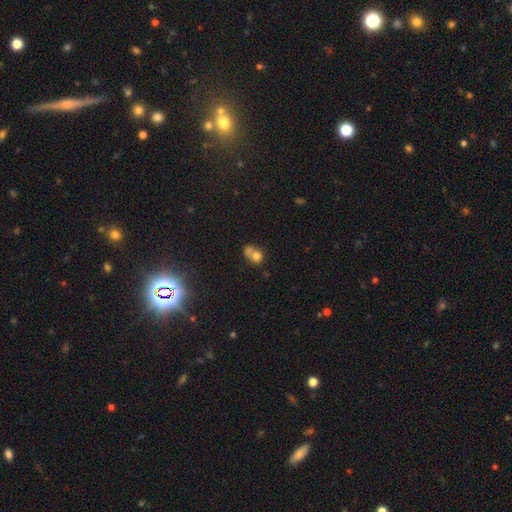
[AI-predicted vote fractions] A smooth galaxy with no disk features (71%) that is round (69%).

Vote fractions:
- Smooth or featured? smooth: 71% / featured or disk: 16% / star or artifact: 13%
- How rounded? round: 69% / in between: 29% / cigar-shaped: 1%
- Merging? merger: 59% / none: 28% / minor disturbance: 8% / major disturbance: 5%